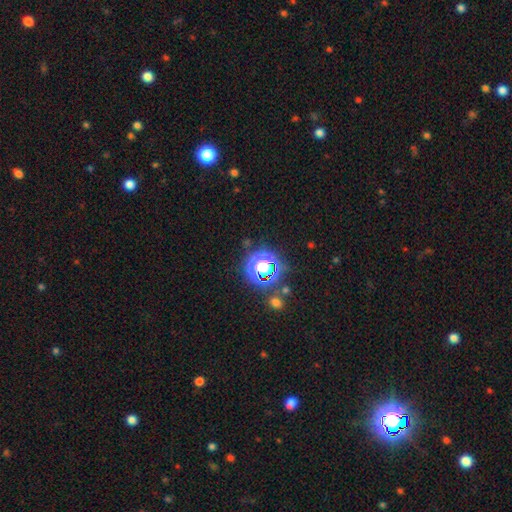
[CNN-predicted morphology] A star or artifact, not a galaxy (81%).

Vote fractions:
- Smooth or featured? star or artifact: 81% / smooth: 13% / featured or disk: 6%